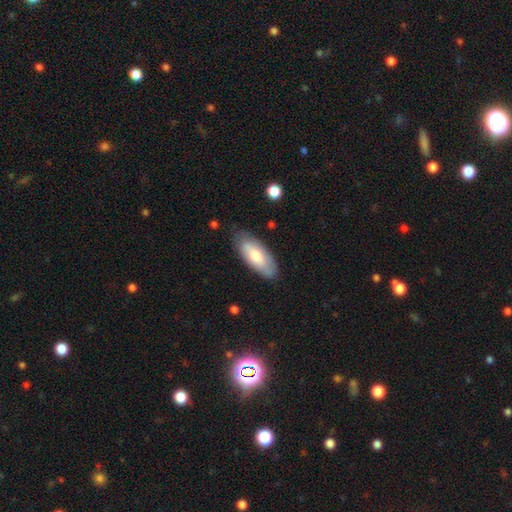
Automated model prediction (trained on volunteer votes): Smooth or featured?
  - smooth: 69% *
  - featured or disk: 25%
  - star or artifact: 5%
How rounded?
  - in between: 84% *
  - cigar-shaped: 14%
  - round: 2%
Merging?
  - none: 78% *
  - minor disturbance: 17%
  - major disturbance: 4%
  - merger: 1%